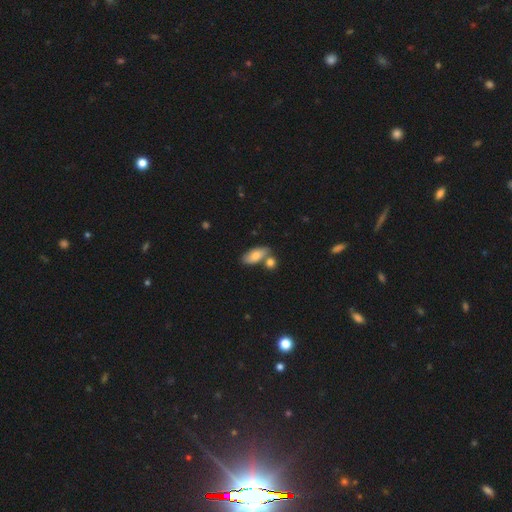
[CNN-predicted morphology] A smooth galaxy with no disk features (78%) that is in between round and cigar-shaped (86%).

Vote fractions:
- Smooth or featured? smooth: 78% / featured or disk: 15% / star or artifact: 7%
- How rounded? in between: 86% / cigar-shaped: 10% / round: 4%
- Merging? none: 58% / merger: 25% / minor disturbance: 13% / major disturbance: 4%